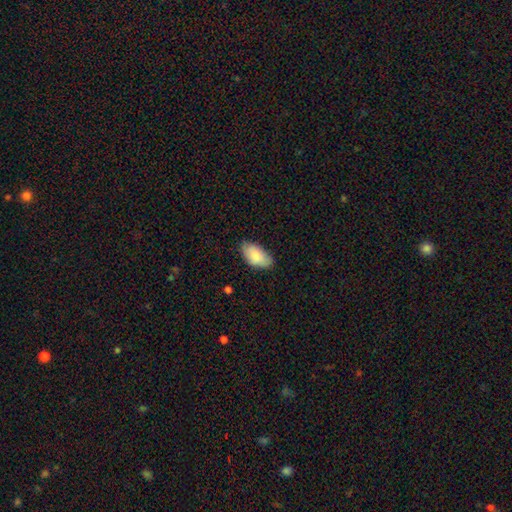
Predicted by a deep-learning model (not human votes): smooth-or-featured: smooth: 86% | featured or disk: 8% | star or artifact: 6%
  how-rounded: in between: 95% | round: 3% | cigar-shaped: 2%
  merging: none: 78% | minor disturbance: 18% | major disturbance: 3% | merger: 1%